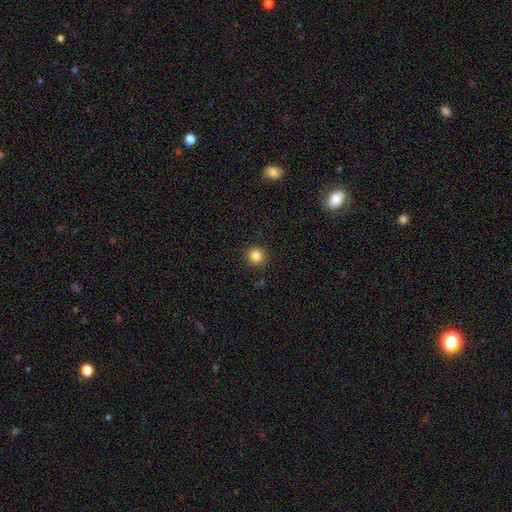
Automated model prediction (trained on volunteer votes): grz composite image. It shows a smooth galaxy with no disk features (85%) that is round (94%). Merging: none (91%).